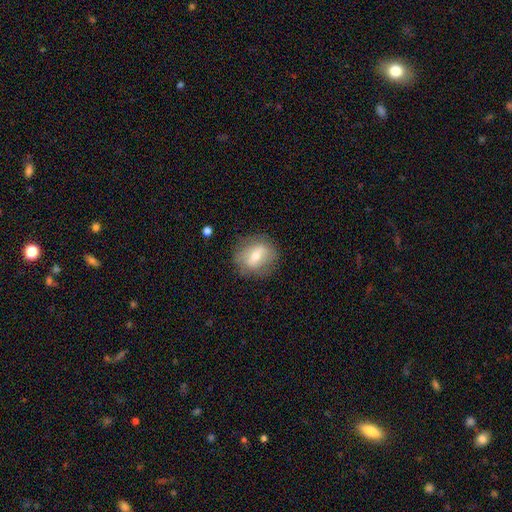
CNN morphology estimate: A featured or disk galaxy (47%). Merging: none (75%).